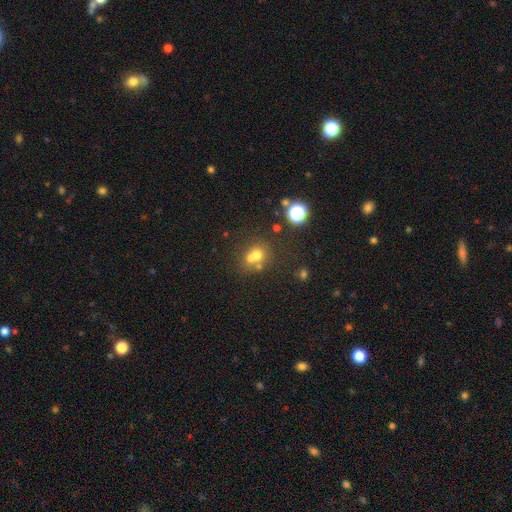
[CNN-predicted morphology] type=smooth (62%); roundness=round (70%); merging=merger (46%).